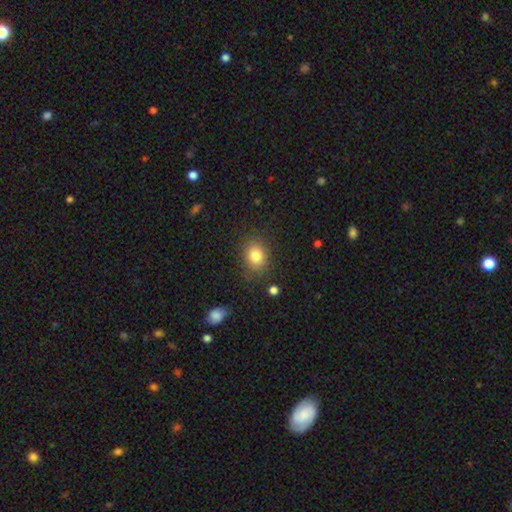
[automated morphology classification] The model was most divided on "how rounded": round: 54%, in between: 45%, cigar-shaped: 1%. More confident: smooth or featured — smooth (82%); merging — none (81%).